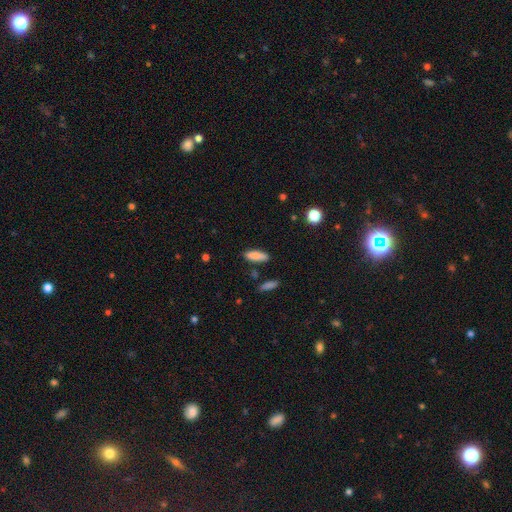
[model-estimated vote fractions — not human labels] This appears to be a smooth galaxy with no disk features (86%) that is in between round and cigar-shaped (56%). Merging: none (83%).